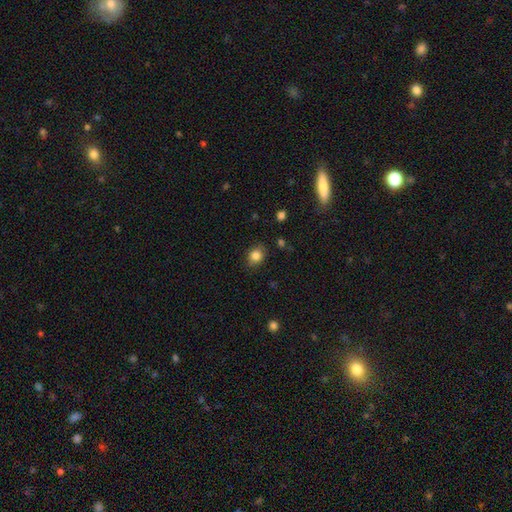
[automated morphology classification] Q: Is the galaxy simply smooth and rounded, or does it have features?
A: smooth — 84%.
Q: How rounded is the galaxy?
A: round — 56%.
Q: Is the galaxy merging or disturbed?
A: none — 81%.